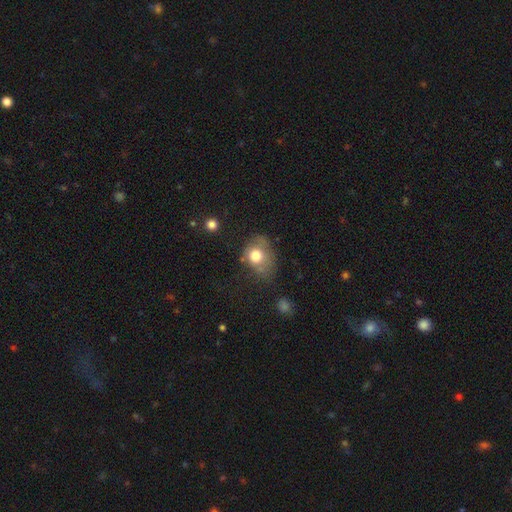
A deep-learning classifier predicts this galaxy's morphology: This is likely a smooth galaxy (74%). How rounded: possibly round (50%). Merging: marginally none (35%).